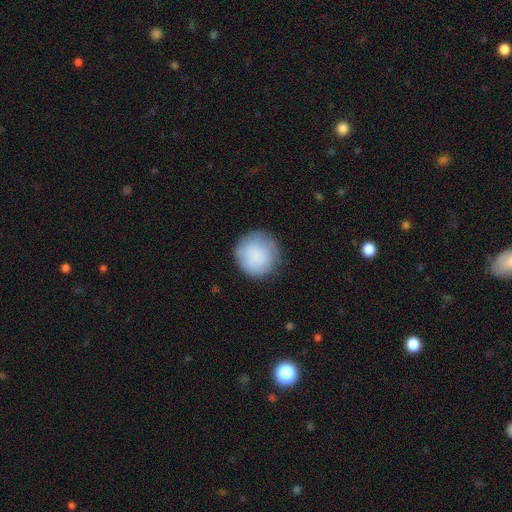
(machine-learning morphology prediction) Smooth or featured? Predicted: smooth (p=0.86). How rounded? Predicted: round (p=0.94). Merging? Predicted: none (p=0.81).